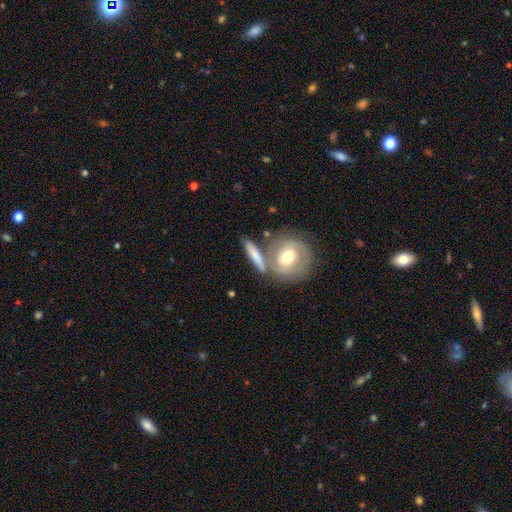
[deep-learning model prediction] smooth 61%, featured or disk 33%, star or artifact 6%. Down the decision tree: how rounded — cigar-shaped (50%); merging — none (58%).